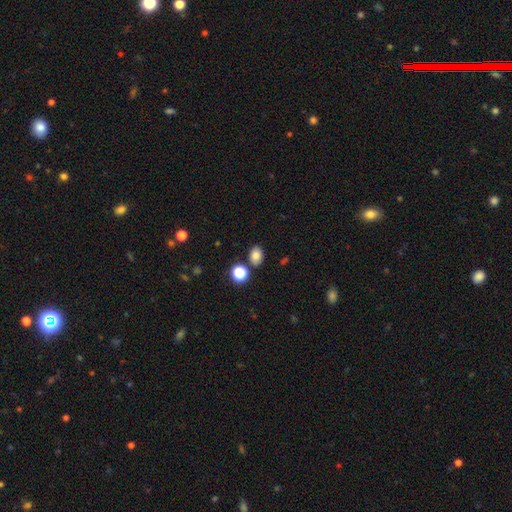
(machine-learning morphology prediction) A smooth galaxy with no disk features (82%) that is in between round and cigar-shaped (67%).

Vote fractions:
- Smooth or featured? smooth: 82% / star or artifact: 12% / featured or disk: 6%
- How rounded? in between: 67% / round: 32% / cigar-shaped: 1%
- Merging? none: 80% / minor disturbance: 10% / merger: 7% / major disturbance: 3%